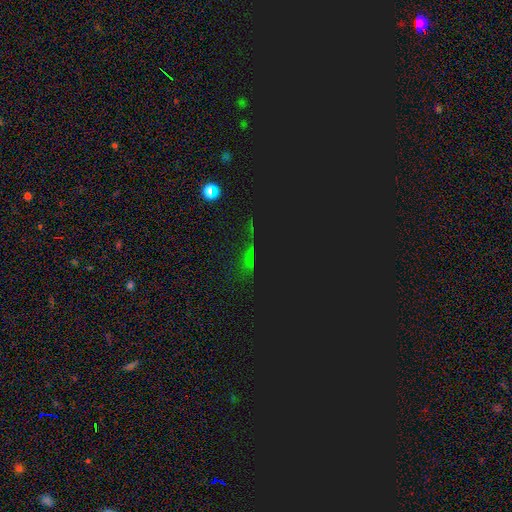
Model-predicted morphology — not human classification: A star or artifact, not a galaxy (77%).

Vote fractions:
- Smooth or featured? star or artifact: 77% / smooth: 14% / featured or disk: 10%